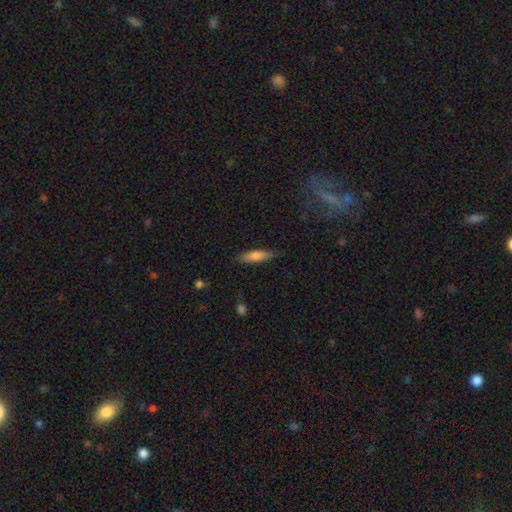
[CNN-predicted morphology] smooth_or_featured: smooth (p=0.74) [alt: featured or disk p=0.20]
how_rounded: cigar-shaped (p=0.71) [alt: in between p=0.27]
merging: none (p=0.82) [alt: minor disturbance p=0.14]